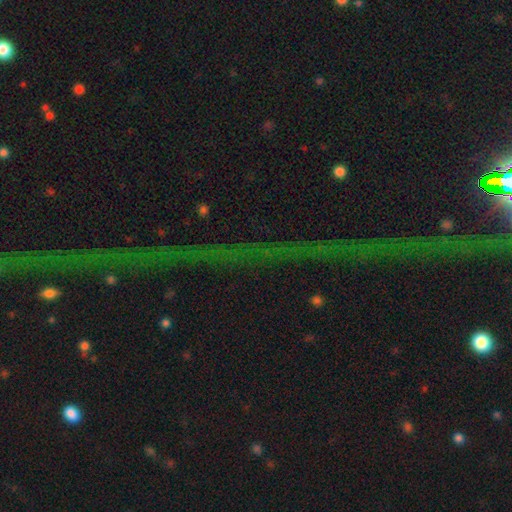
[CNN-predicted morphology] Q: Smooth or featured?
A: star or artifact (75%); runner-up: featured or disk (17%)